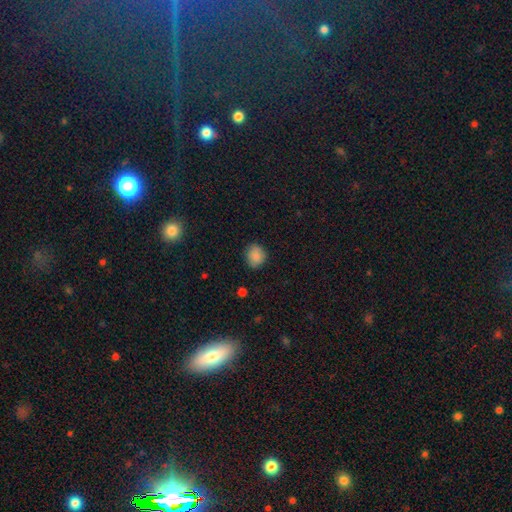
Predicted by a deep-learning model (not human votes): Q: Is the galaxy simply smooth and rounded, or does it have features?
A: smooth — 86%.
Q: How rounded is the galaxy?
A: round — 76%.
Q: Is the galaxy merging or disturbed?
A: none — 82%.